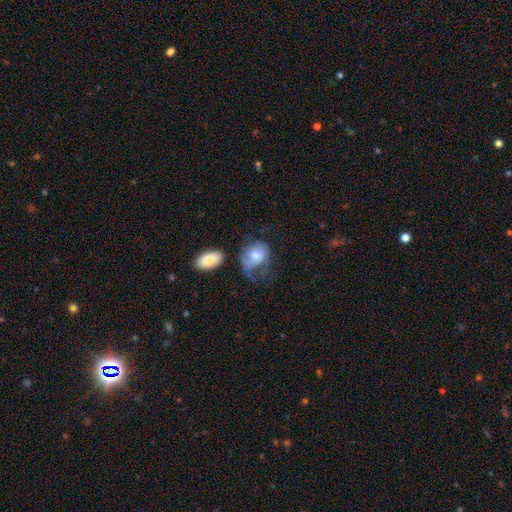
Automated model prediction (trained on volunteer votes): smooth-or-featured: smooth: 64% | featured or disk: 29% | star or artifact: 7%
  how-rounded: in between: 56% | round: 43% | cigar-shaped: 1%
  merging: major disturbance: 33% | none: 31% | minor disturbance: 29% | merger: 7%